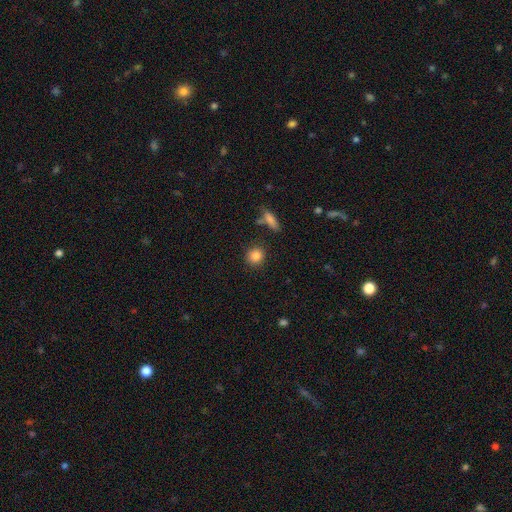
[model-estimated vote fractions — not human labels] Smooth or featured: smooth — 85% (star or artifact — 9%)
How rounded: round — 80% (in between — 19%)
Merging: none — 85% (minor disturbance — 9%)